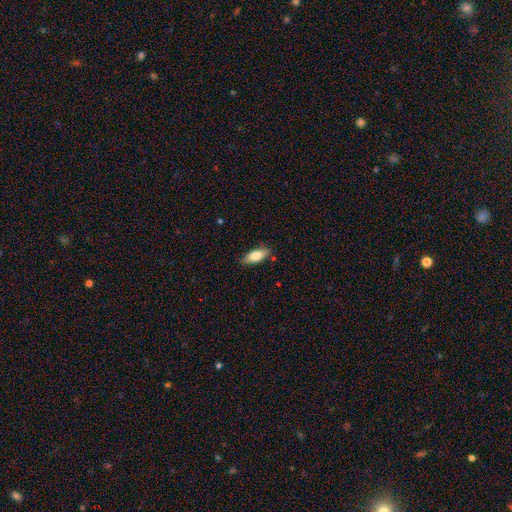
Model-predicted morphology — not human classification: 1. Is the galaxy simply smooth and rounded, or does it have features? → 78% smooth, 16% featured or disk, 6% star or artifact.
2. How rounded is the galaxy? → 77% in between, 21% cigar-shaped, 2% round.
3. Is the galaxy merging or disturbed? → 84% none, 12% minor disturbance, 2% major disturbance, 1% merger.